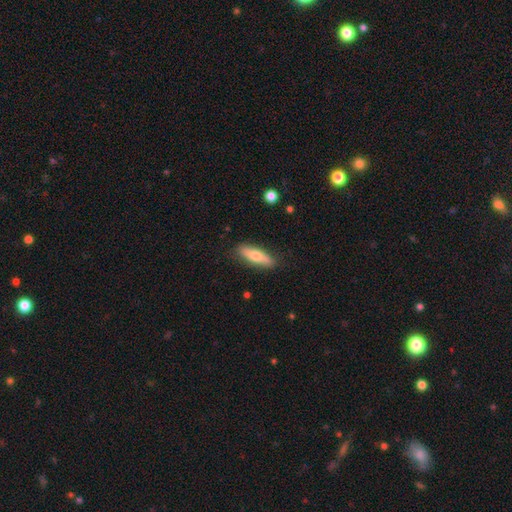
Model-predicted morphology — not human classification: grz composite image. It shows a smooth galaxy with no disk features (65%) that is cigar-shaped (54%). Merging: none (84%).